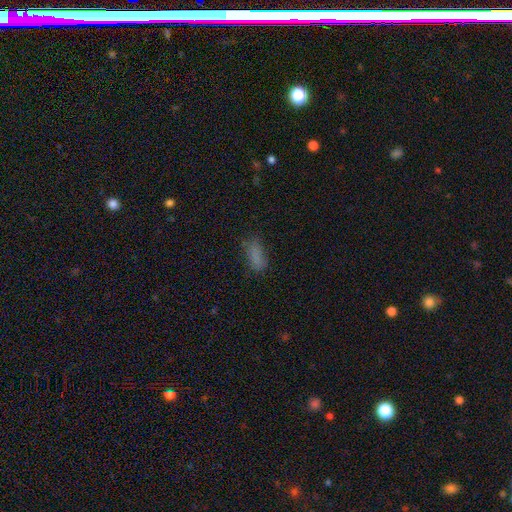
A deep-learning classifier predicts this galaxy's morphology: This appears to be a smooth galaxy with no disk features (81%) that is in between round and cigar-shaped (78%). Merging: none (68%).